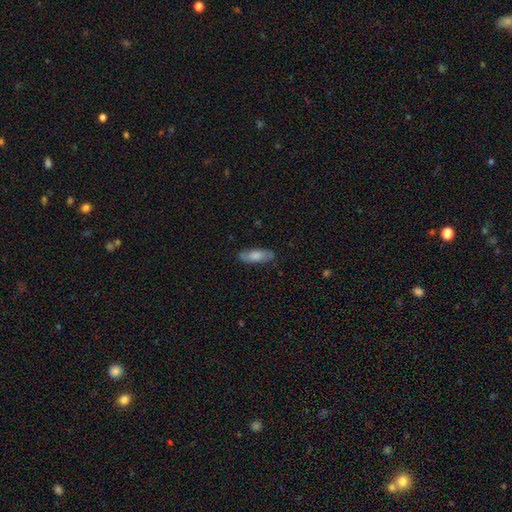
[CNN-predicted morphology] Smooth or featured? Predicted: smooth (p=0.69). How rounded? Predicted: in between (p=0.68). Merging? Predicted: none (p=0.77).